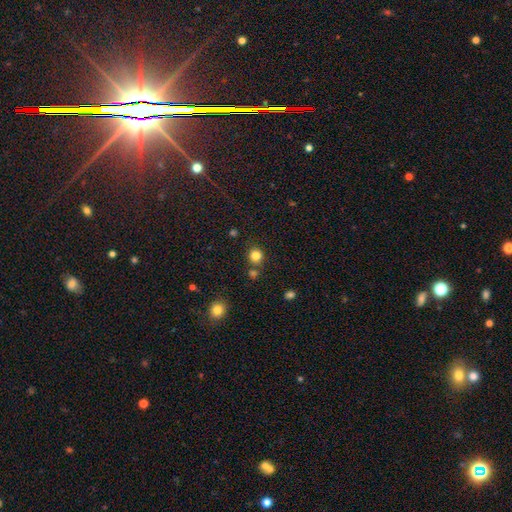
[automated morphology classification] Smooth or featured?
  - smooth: 82% *
  - star or artifact: 13%
  - featured or disk: 5%
How rounded?
  - round: 84% *
  - in between: 15%
  - cigar-shaped: 1%
Merging?
  - none: 75% *
  - merger: 12%
  - minor disturbance: 10%
  - major disturbance: 3%